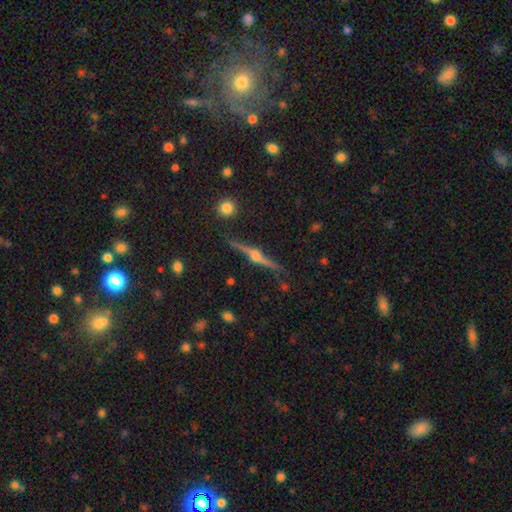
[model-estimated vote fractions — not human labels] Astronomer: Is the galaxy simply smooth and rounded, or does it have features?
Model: featured or disk — 86%.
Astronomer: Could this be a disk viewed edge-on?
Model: yes — 97%.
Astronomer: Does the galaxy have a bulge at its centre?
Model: rounded — 95%.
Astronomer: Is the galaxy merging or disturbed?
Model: none — 87%.